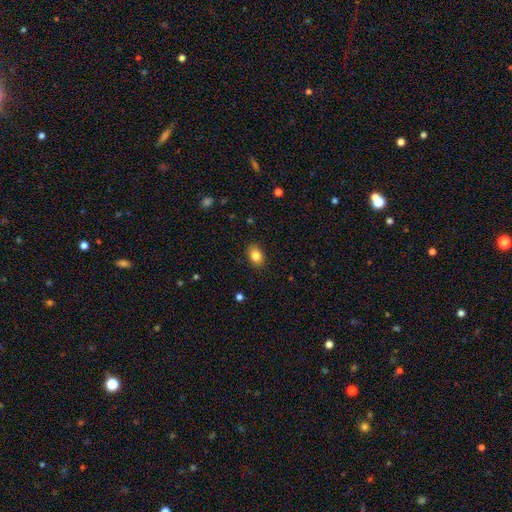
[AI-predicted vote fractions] This appears to be a smooth galaxy with no disk features (85%) that is in between round and cigar-shaped (70%). Merging: none (87%).